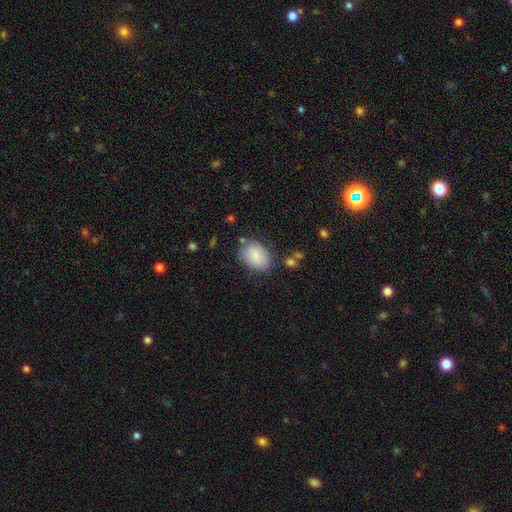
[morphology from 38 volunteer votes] smooth_or_featured: smooth (p=0.79) [alt: featured or disk p=0.18]
how_rounded: in between (p=0.87) [alt: round p=0.13]
merging: none (p=0.59) [alt: minor disturbance p=0.24]